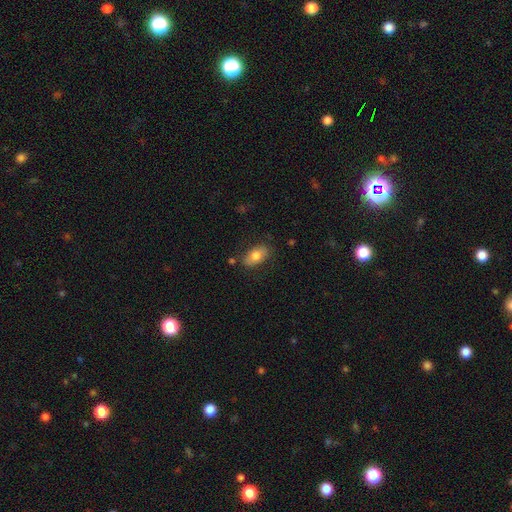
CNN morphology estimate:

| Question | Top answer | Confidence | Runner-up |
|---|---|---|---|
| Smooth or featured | smooth | 76% | featured or disk (17%) |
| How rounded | in between | 91% | round (6%) |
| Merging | none | 78% | minor disturbance (15%) |